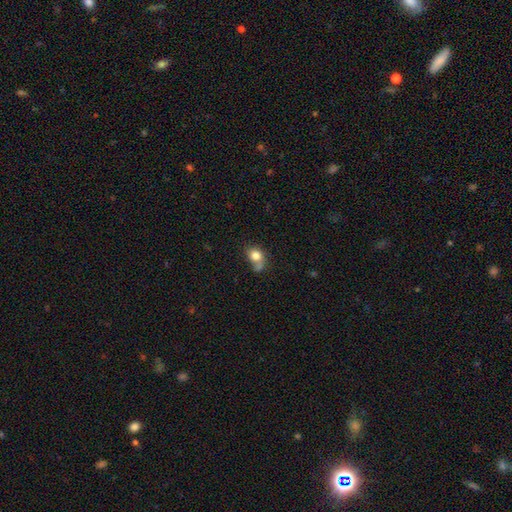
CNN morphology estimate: The model was most divided on "how rounded": round: 56%, in between: 42%, cigar-shaped: 1%. Remaining: smooth or featured — smooth (79%); merging — none (43%).